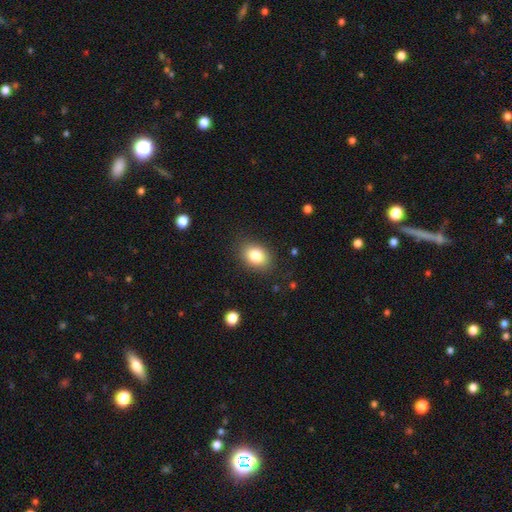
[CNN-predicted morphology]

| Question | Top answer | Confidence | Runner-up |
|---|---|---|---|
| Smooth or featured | smooth | 82% | star or artifact (9%) |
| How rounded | in between | 71% | round (28%) |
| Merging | none | 85% | minor disturbance (11%) |